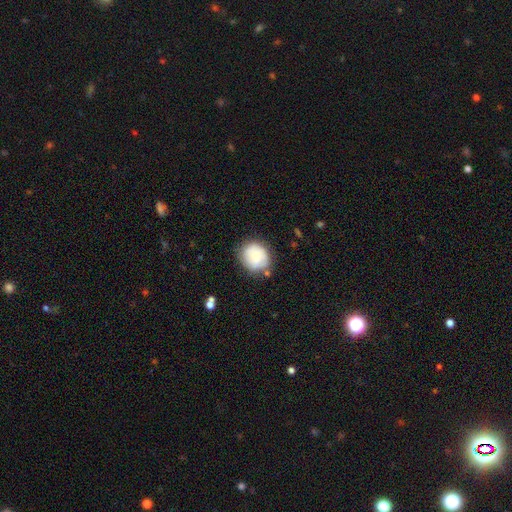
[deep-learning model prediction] This is likely a smooth galaxy (67%). How rounded: clearly round (80%). Merging: likely none (74%).